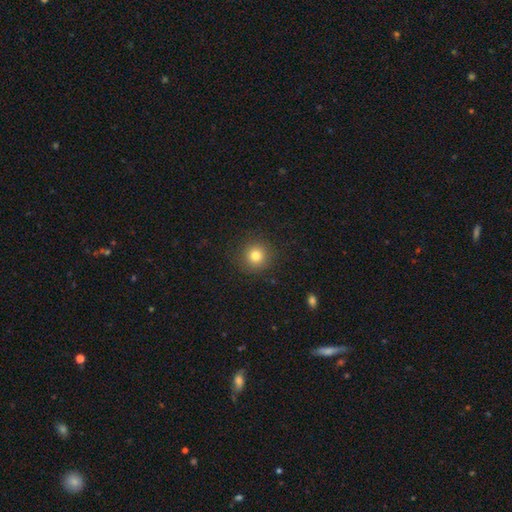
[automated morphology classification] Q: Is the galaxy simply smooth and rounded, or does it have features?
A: smooth — 80%.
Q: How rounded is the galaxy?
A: round — 94%.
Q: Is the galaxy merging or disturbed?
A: none — 90%.